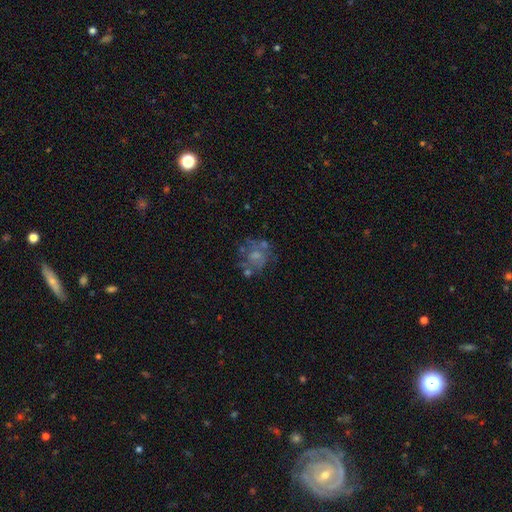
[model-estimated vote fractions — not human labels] This appears to be a featured or disk galaxy (50%). Merging: none (45%).